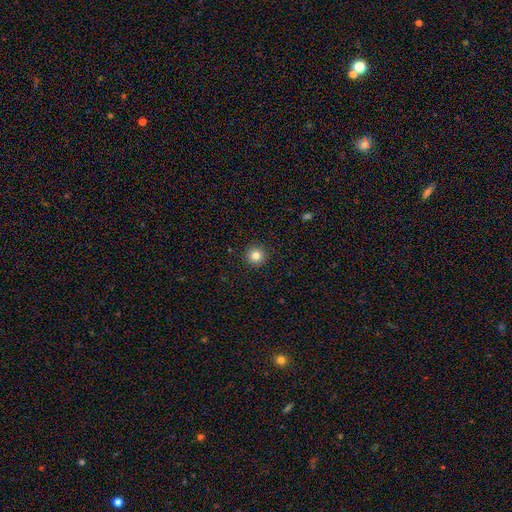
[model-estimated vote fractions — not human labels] Smooth or featured: smooth — 83% (star or artifact — 11%)
How rounded: round — 96% (in between — 3%)
Merging: none — 93% (minor disturbance — 5%)